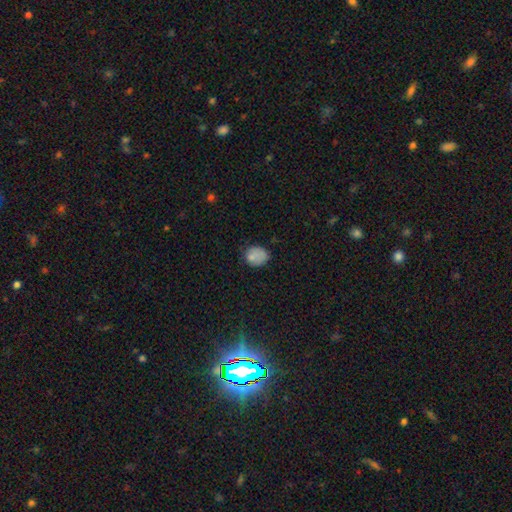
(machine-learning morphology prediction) A smooth galaxy with no disk features (79%) that is round (54%). Merging: none (61%).